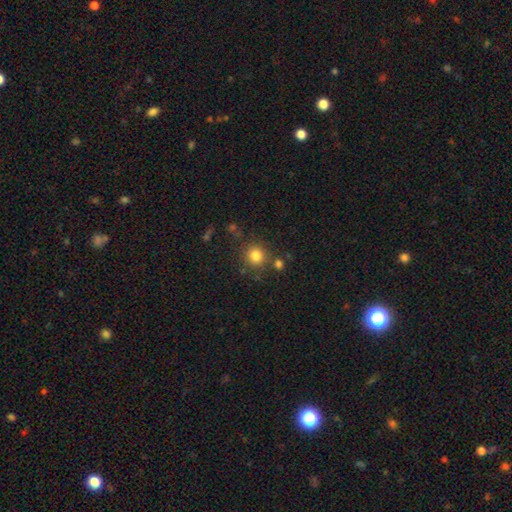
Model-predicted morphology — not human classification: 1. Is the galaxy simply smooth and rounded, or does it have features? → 81% smooth, 12% star or artifact, 6% featured or disk.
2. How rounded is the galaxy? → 90% round, 9% in between, 1% cigar-shaped.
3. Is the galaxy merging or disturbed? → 79% none, 9% minor disturbance, 8% merger, 4% major disturbance.